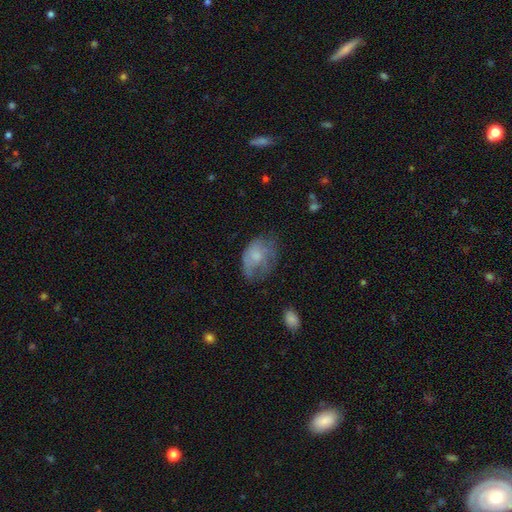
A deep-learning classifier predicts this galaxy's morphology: Smooth or featured? Predicted: smooth (p=0.57). How rounded? Predicted: in between (p=0.78). Merging? Predicted: none (p=0.41).